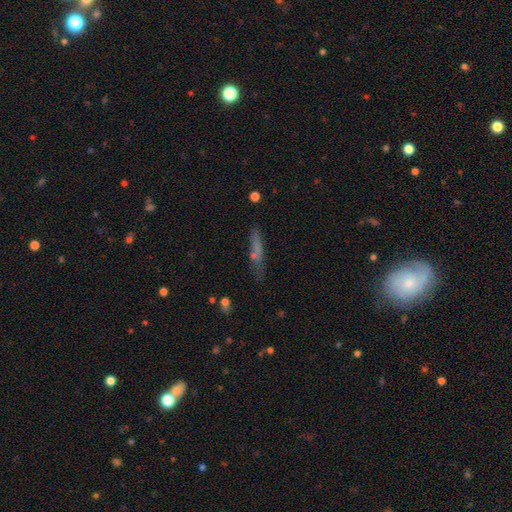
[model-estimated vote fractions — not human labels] This appears to be a smooth galaxy with no disk features (57%) that is cigar-shaped (88%). Merging: none (72%).